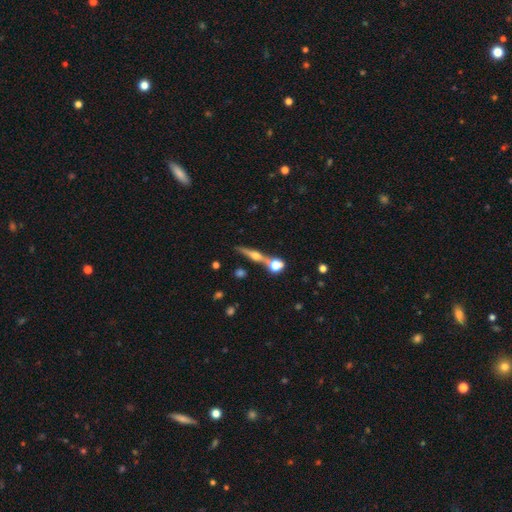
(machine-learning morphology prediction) smooth_or_featured: featured or disk (p=0.70) [alt: smooth p=0.20]
disk_edge_on: yes (p=0.96) [alt: no p=0.04]
edge_on_bulge: rounded (p=0.94) [alt: boxy p=0.04]
merging: none (p=0.68) [alt: merger p=0.20]